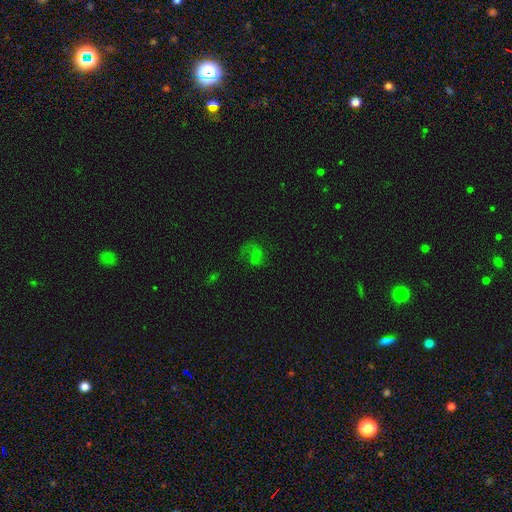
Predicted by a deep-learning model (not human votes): smooth-or-featured: smooth: 40% | featured or disk: 34% | star or artifact: 26%
  merging: none: 41% | major disturbance: 35% | minor disturbance: 20% | merger: 4%